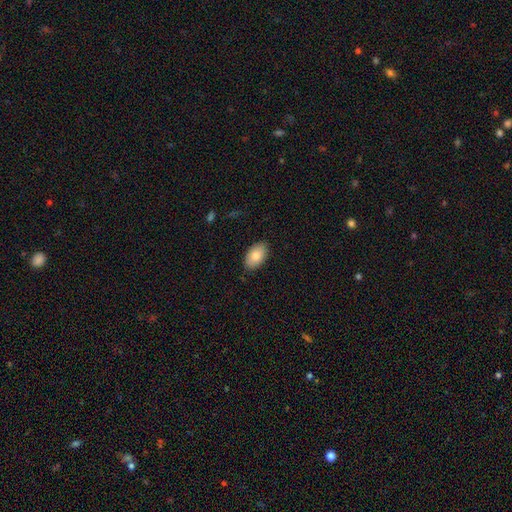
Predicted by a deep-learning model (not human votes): A smooth galaxy with no disk features (84%) that is in between round and cigar-shaped (94%).

Vote fractions:
- Smooth or featured? smooth: 84% / featured or disk: 10% / star or artifact: 6%
- How rounded? in between: 94% / round: 5% / cigar-shaped: 1%
- Merging? none: 86% / minor disturbance: 11% / major disturbance: 2% / merger: 1%